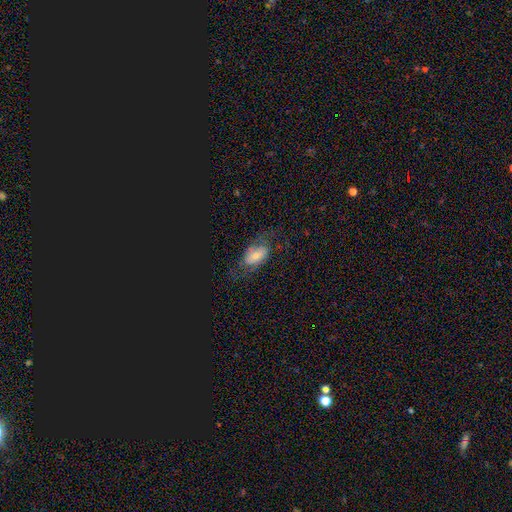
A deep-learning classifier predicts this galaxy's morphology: Smooth or featured? featured or disk (45%)
Merging? none (54%)